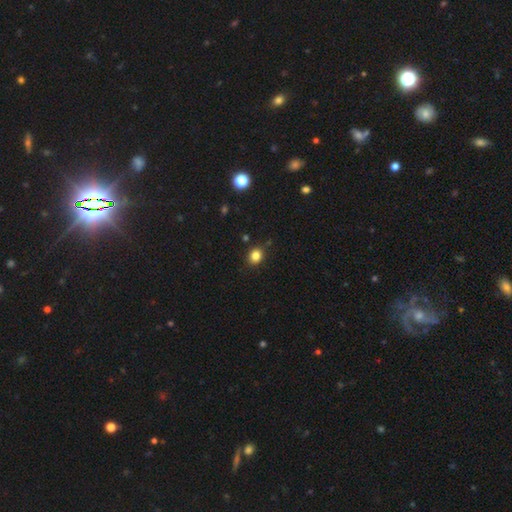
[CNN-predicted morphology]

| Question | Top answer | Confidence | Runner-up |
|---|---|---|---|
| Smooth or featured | smooth | 83% | star or artifact (12%) |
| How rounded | round | 61% | in between (38%) |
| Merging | none | 86% | minor disturbance (10%) |